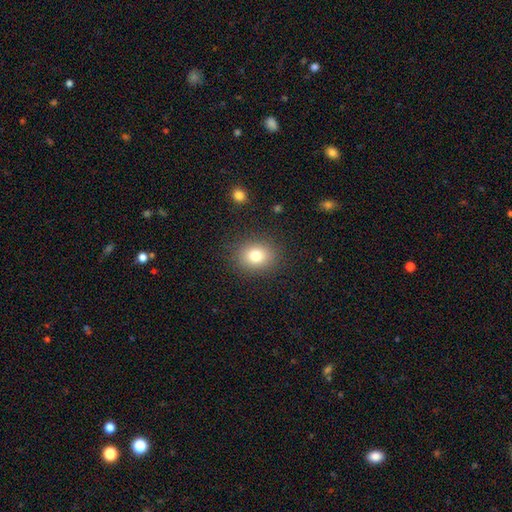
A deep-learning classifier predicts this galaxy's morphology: smooth-or-featured: smooth: 78% | star or artifact: 12% | featured or disk: 9%
  how-rounded: round: 62% | in between: 37% | cigar-shaped: 1%
  merging: none: 87% | minor disturbance: 8% | major disturbance: 3% | merger: 1%